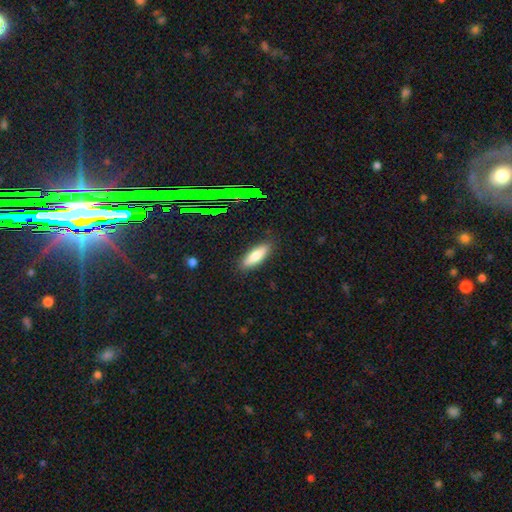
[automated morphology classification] A smooth galaxy with no disk features (78%) that is cigar-shaped (51%). Merging: none (87%).